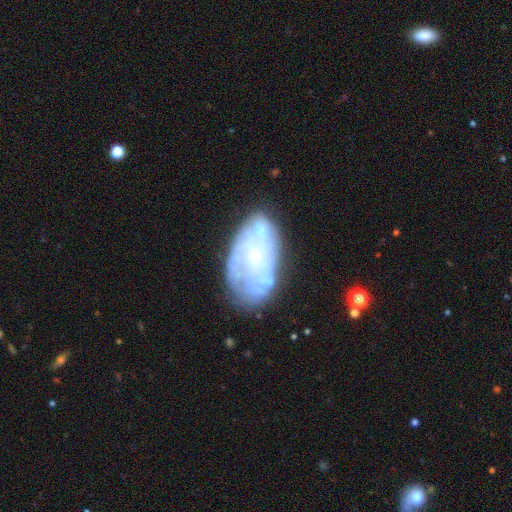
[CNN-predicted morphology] A featured or disk galaxy (69%) with no bar (79%), no spiral arms (54%) and a small central bulge (64%). Merging: none (62%).